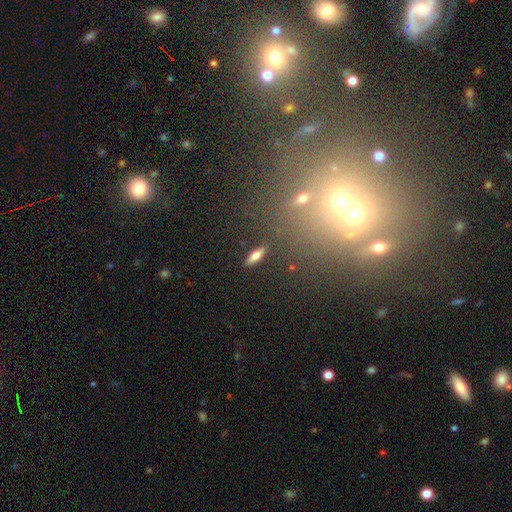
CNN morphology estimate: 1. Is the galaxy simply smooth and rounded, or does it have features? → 67% smooth, 23% featured or disk, 9% star or artifact.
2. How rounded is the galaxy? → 49% cigar-shaped, 47% in between, 4% round.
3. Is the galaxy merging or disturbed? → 87% none, 9% minor disturbance, 3% major disturbance, 2% merger.